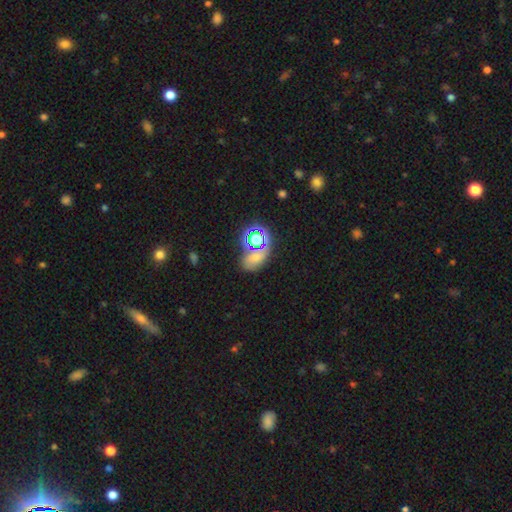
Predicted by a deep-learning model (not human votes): Q: Smooth or featured?
A: smooth (53%); runner-up: star or artifact (34%)
Q: How rounded?
A: in between (68%); runner-up: round (29%)
Q: Merging?
A: none (57%); runner-up: merger (19%)